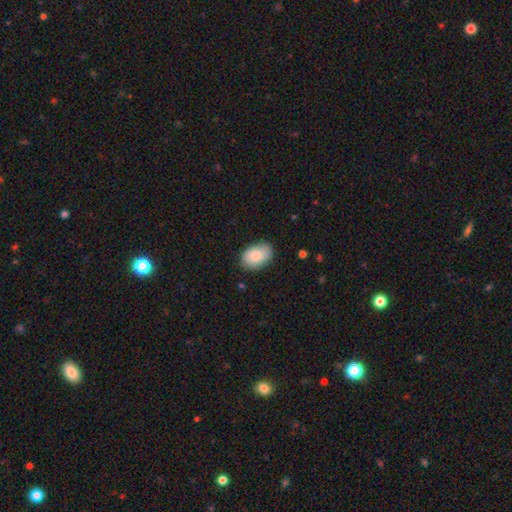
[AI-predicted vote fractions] Overall: smooth (81%). How rounded: in between (87%). Merging: none (79%).